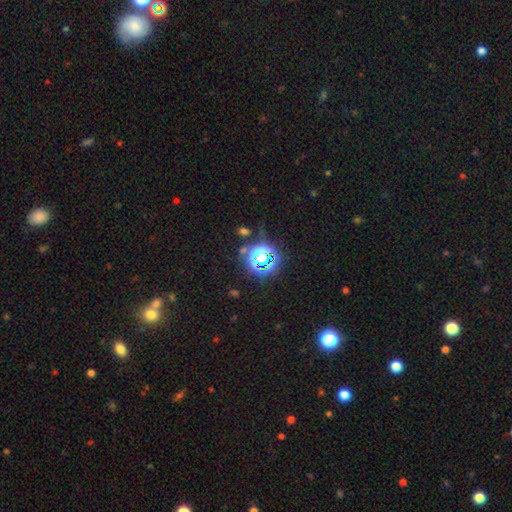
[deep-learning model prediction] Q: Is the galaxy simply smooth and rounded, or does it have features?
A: star or artifact — 73%.